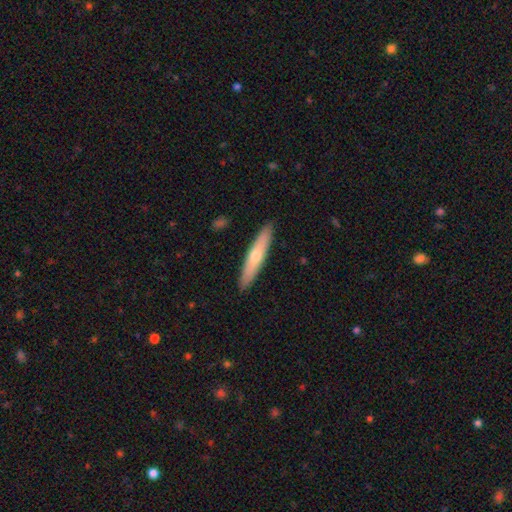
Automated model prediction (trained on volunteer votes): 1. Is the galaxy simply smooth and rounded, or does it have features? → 53% smooth, 42% featured or disk, 5% star or artifact.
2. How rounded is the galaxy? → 88% cigar-shaped, 10% in between, 1% round.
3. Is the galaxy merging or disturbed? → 91% none, 7% minor disturbance, 1% major disturbance, 1% merger.